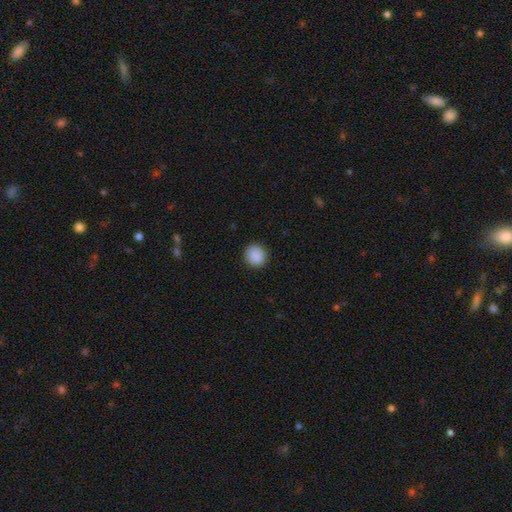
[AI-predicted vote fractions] Smooth or featured?
  - smooth: 89% *
  - star or artifact: 8%
  - featured or disk: 4%
How rounded?
  - round: 88% *
  - in between: 11%
  - cigar-shaped: 1%
Merging?
  - none: 89% *
  - minor disturbance: 8%
  - major disturbance: 2%
  - merger: 1%